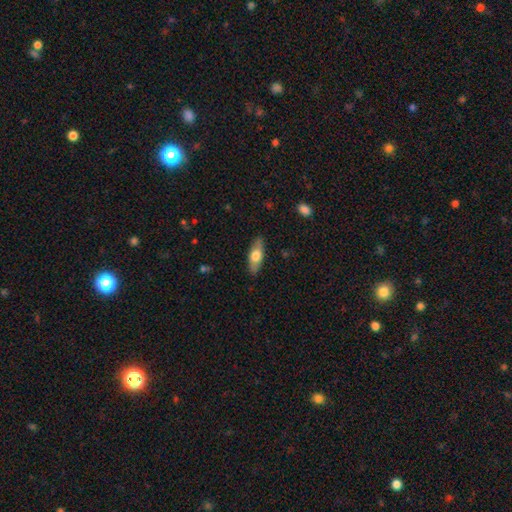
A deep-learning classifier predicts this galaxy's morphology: Smooth or featured?
  - smooth: 65% *
  - featured or disk: 30%
  - star or artifact: 6%
How rounded?
  - in between: 72% *
  - cigar-shaped: 25%
  - round: 3%
Merging?
  - none: 86% *
  - minor disturbance: 10%
  - major disturbance: 2%
  - merger: 1%